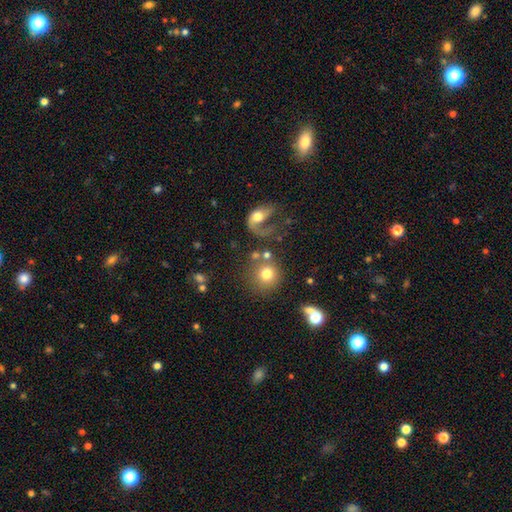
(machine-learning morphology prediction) This is possibly a smooth galaxy (53%). How rounded: clearly round (82%). Merging: possibly none (47%).